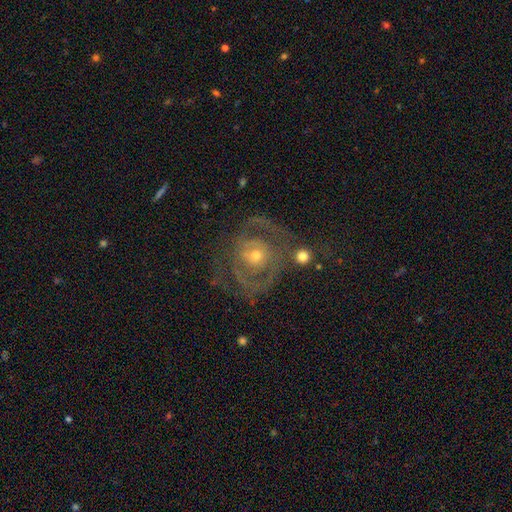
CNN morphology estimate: This appears to be a featured or disk galaxy (77%) with no bar (75%), 2 (47%) tight (47%) spiral arms (70%) and a moderate central bulge (49%). Merging: none (54%).